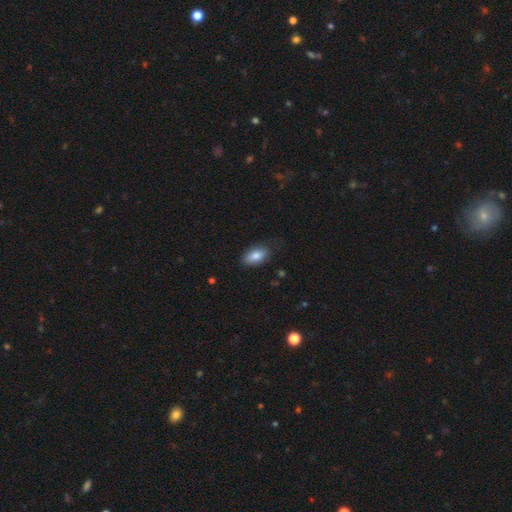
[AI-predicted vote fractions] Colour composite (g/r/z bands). It shows a smooth galaxy with no disk features (83%) that is in between round and cigar-shaped (91%). Merging: none (75%).